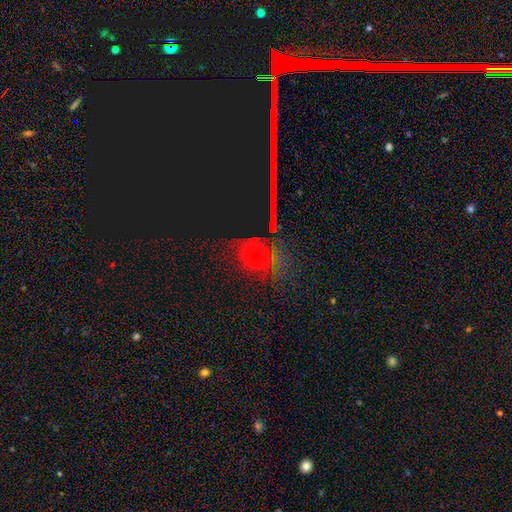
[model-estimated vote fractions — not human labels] Q: Smooth or featured?
A: smooth (50%); runner-up: star or artifact (34%)
Q: How rounded?
A: round (59%); runner-up: in between (38%)
Q: Merging?
A: none (70%); runner-up: minor disturbance (16%)